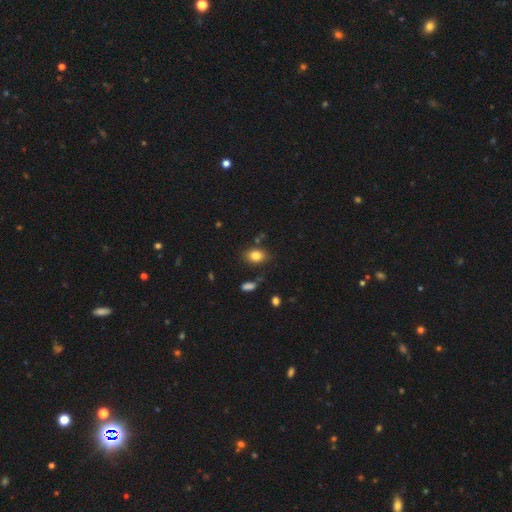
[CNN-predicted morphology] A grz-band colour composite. It shows a smooth galaxy with no disk features (84%) that is in between round and cigar-shaped (71%). Merging: none (80%).